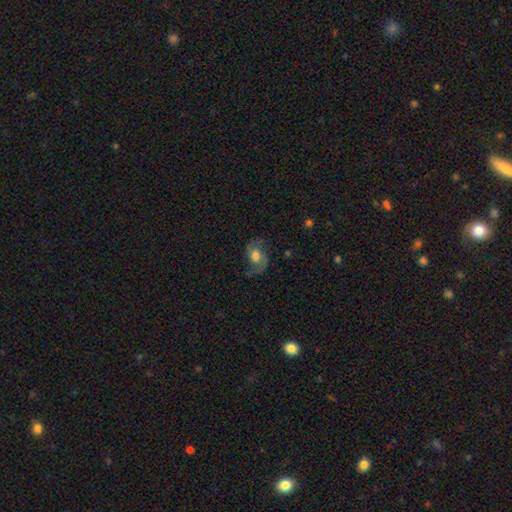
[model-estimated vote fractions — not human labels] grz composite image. It shows a featured or disk galaxy (69%) with no bar (60%), 2 (86%) loose (49%) spiral arms (91%) and a moderate central bulge (60%). Merging: none (63%).